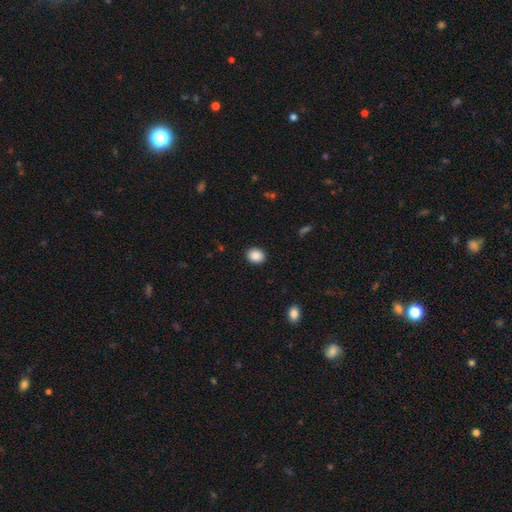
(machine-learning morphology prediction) A smooth galaxy with no disk features (89%) that is round (51%). Merging: none (91%).